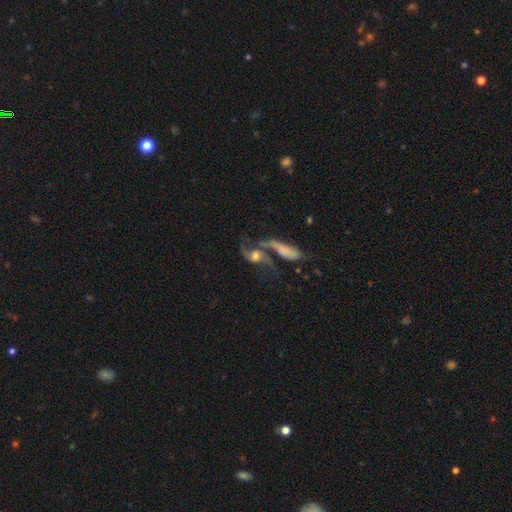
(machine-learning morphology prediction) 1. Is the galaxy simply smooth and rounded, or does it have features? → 72% featured or disk, 19% smooth, 9% star or artifact.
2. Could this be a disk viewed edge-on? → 93% no, 7% yes.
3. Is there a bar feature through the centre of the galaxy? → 64% no, 27% weak, 9% strong.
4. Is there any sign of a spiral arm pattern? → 87% yes, 13% no.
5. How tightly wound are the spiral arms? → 67% loose, 26% medium, 7% tight.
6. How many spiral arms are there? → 77% 2, 11% 1, 6% can't tell, 2% 3, 1% 4, 1% more than 4.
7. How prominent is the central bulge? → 50% moderate, 21% small, 17% large, 9% none, 3% dominant.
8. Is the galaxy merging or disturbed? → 52% merger, 21% none, 18% major disturbance, 9% minor disturbance.